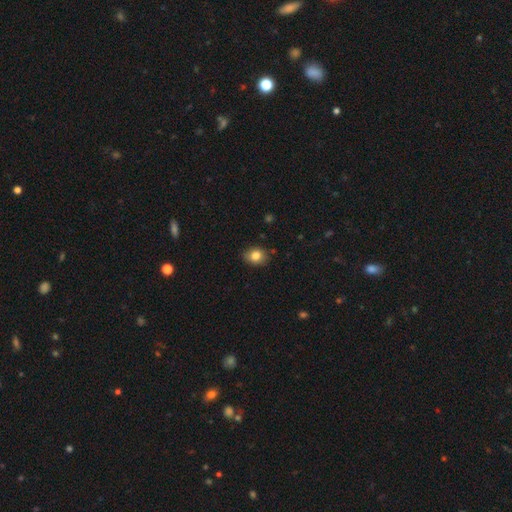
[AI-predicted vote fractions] Smooth or featured? smooth (82%)
How rounded? round (50%)
Merging? none (83%)